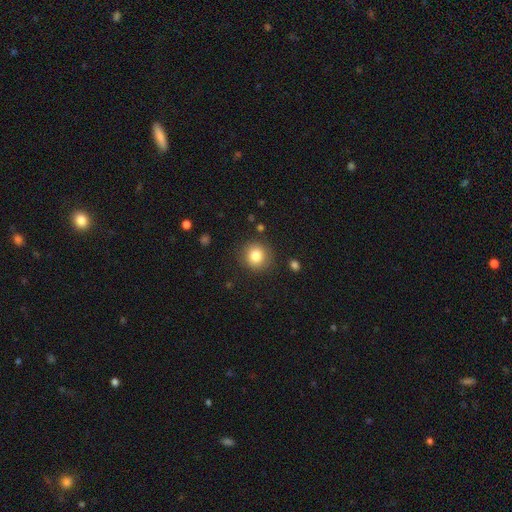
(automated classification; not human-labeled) Smooth or featured? Predicted: smooth (p=0.83). How rounded? Predicted: round (p=0.90). Merging? Predicted: none (p=0.87).